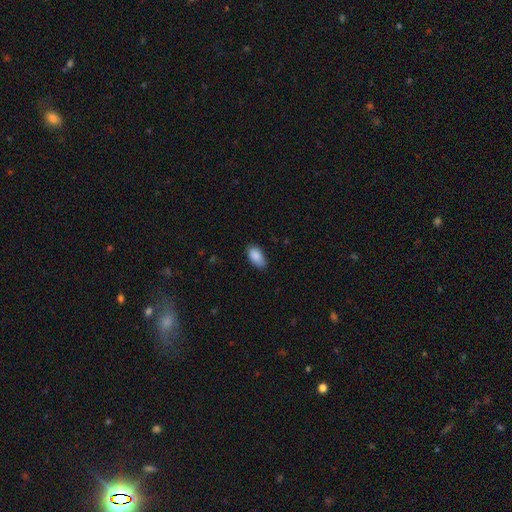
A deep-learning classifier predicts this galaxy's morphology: Smooth or featured: smooth — 89% (star or artifact — 7%)
How rounded: in between — 93% (cigar-shaped — 3%)
Merging: none — 80% (minor disturbance — 17%)